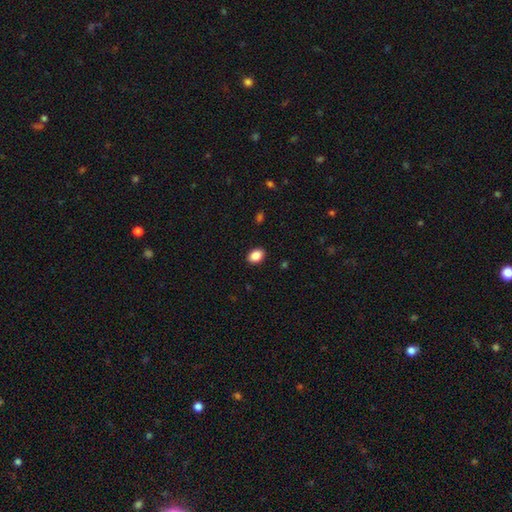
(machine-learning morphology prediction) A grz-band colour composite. It shows a smooth galaxy with no disk features (88%) that is in between round and cigar-shaped (78%). Merging: none (90%).